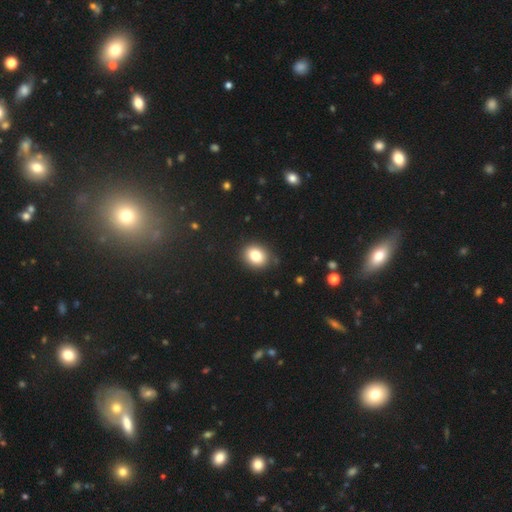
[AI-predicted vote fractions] smooth-or-featured: smooth: 83% | star or artifact: 10% | featured or disk: 7%
  how-rounded: in between: 53% | round: 46% | cigar-shaped: 1%
  merging: none: 85% | minor disturbance: 11% | major disturbance: 3% | merger: 2%